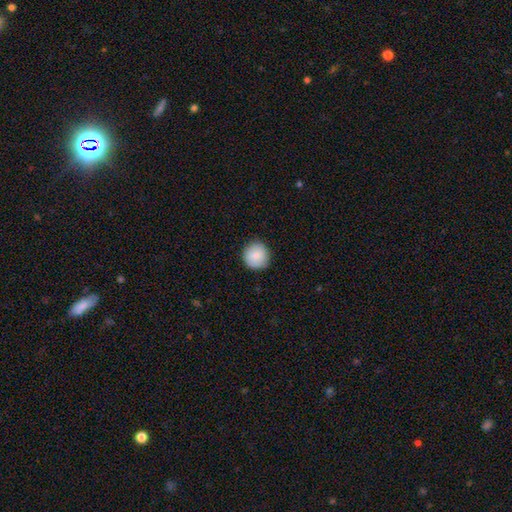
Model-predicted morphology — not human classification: Smooth or featured: smooth — 84% (featured or disk — 9%)
How rounded: round — 94% (in between — 5%)
Merging: none — 87% (minor disturbance — 10%)